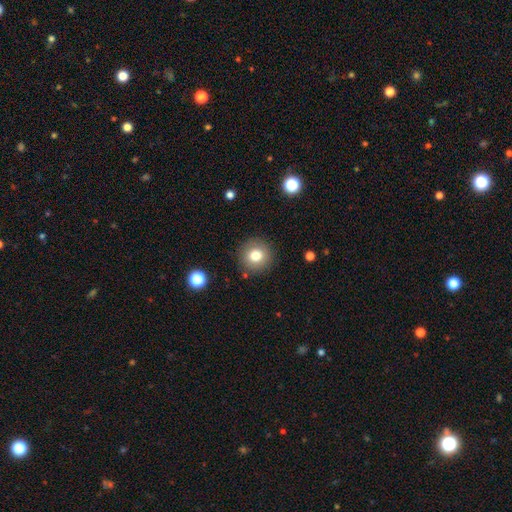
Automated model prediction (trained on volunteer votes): Smooth or featured: smooth — 78% (star or artifact — 11%)
How rounded: round — 94% (in between — 5%)
Merging: none — 88% (minor disturbance — 7%)